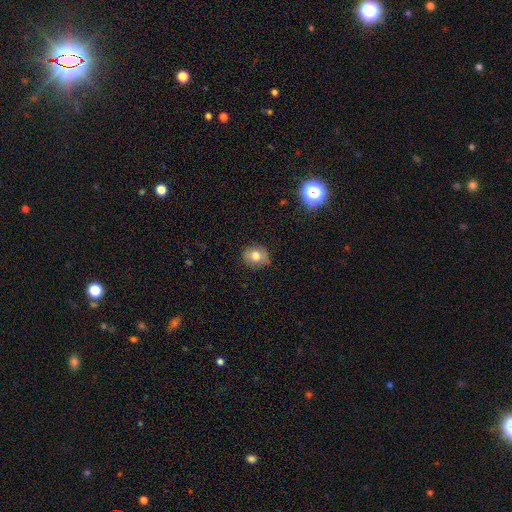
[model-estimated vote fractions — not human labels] A smooth galaxy with no disk features (75%) that is round (67%).

Vote fractions:
- Smooth or featured? smooth: 75% / featured or disk: 15% / star or artifact: 11%
- How rounded? round: 67% / in between: 32% / cigar-shaped: 1%
- Merging? none: 78% / minor disturbance: 18% / major disturbance: 3% / merger: 1%